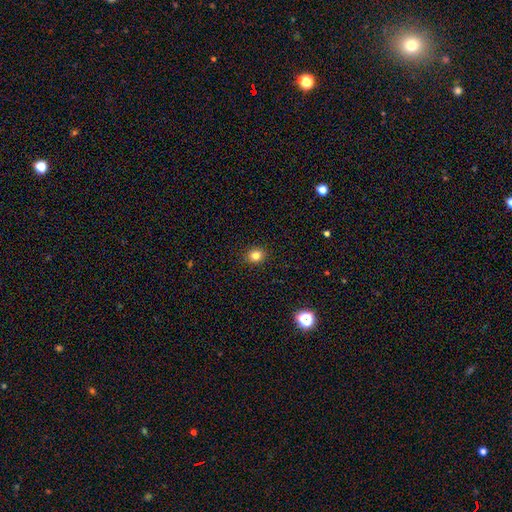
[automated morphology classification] A smooth galaxy with no disk features (81%) that is round (70%).

Vote fractions:
- Smooth or featured? smooth: 81% / star or artifact: 13% / featured or disk: 6%
- How rounded? round: 70% / in between: 29% / cigar-shaped: 1%
- Merging? none: 91% / minor disturbance: 6% / major disturbance: 2% / merger: 1%